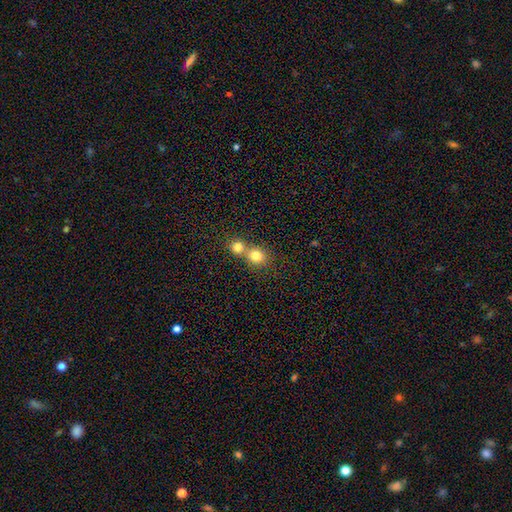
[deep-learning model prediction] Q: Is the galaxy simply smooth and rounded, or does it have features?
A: smooth — 79%.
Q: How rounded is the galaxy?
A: round — 82%.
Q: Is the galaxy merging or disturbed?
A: merger — 53%.